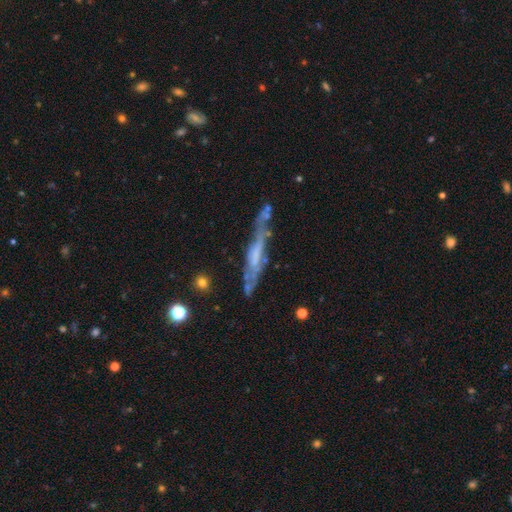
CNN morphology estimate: The model was most divided on "merging": none: 62%, minor disturbance: 22%, major disturbance: 10%, merger: 6%. More confident: edge-on disk — yes (71%); smooth or featured — featured or disk (69%).